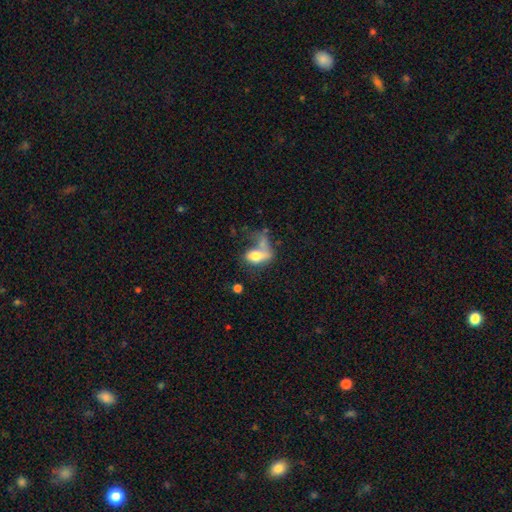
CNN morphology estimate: A smooth galaxy with no disk features (68%) that is in between round and cigar-shaped (82%). Merging: merger (33%).